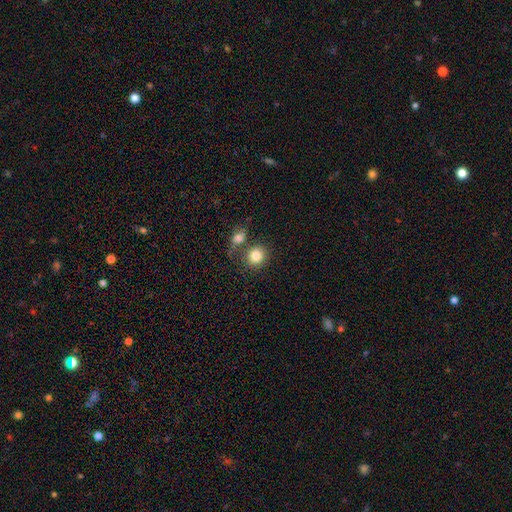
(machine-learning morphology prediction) Q: Smooth or featured?
A: smooth (83%); runner-up: star or artifact (10%)
Q: How rounded?
A: round (82%); runner-up: in between (17%)
Q: Merging?
A: none (64%); runner-up: merger (23%)